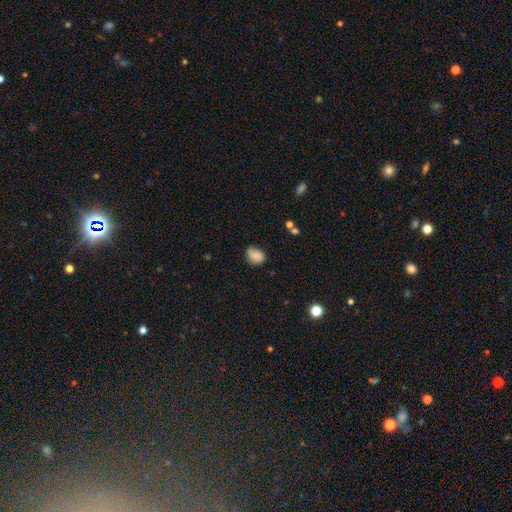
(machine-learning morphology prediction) type=smooth (83%); roundness=in between (70%); merging=none (67%).